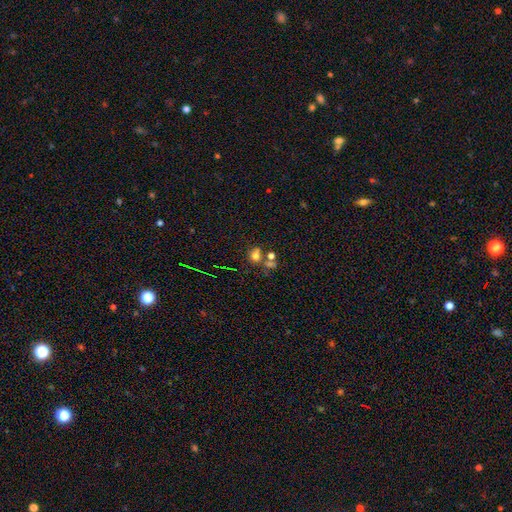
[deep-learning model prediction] This is likely a smooth galaxy (68%). How rounded: likely round (68%). Merging: possibly none (50%).